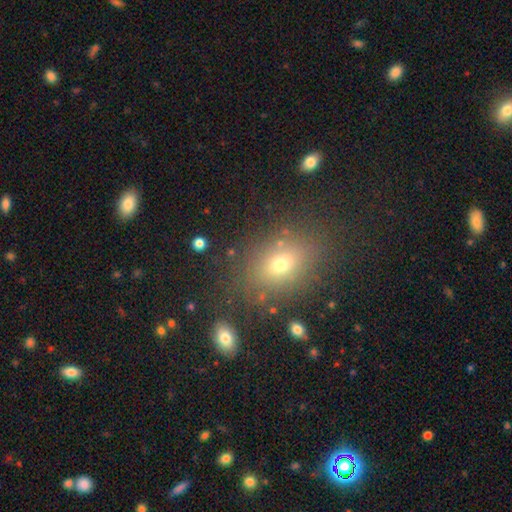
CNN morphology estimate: The model was most divided on "how rounded": in between: 63%, round: 34%, cigar-shaped: 2%. More confident: merging — none (83%); smooth or featured — smooth (61%).